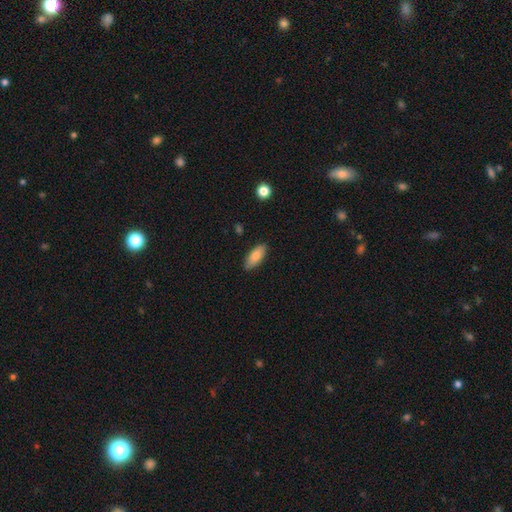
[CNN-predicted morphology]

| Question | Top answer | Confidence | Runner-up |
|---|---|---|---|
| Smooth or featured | smooth | 82% | featured or disk (12%) |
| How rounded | in between | 84% | cigar-shaped (14%) |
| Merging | none | 86% | minor disturbance (11%) |